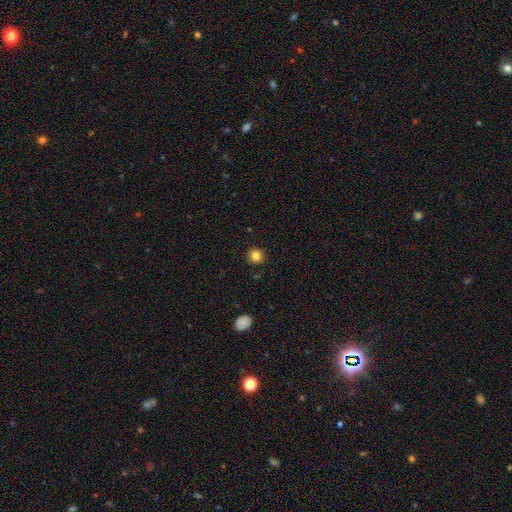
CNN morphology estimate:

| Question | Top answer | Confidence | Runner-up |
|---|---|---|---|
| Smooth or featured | smooth | 84% | star or artifact (12%) |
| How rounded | round | 93% | in between (6%) |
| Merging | none | 91% | minor disturbance (6%) |